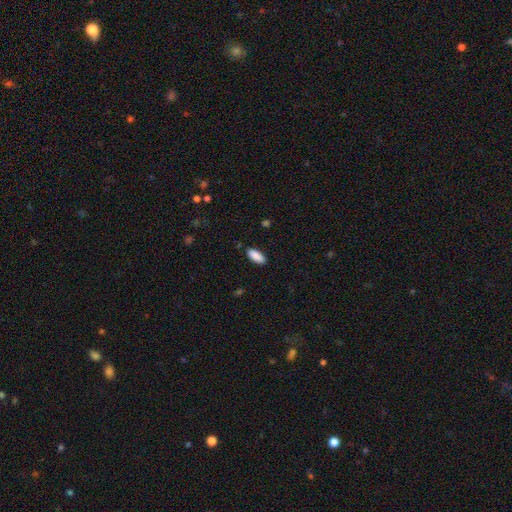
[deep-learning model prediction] Smooth or featured: smooth — 89% (star or artifact — 6%)
How rounded: in between — 80% (cigar-shaped — 18%)
Merging: none — 87% (minor disturbance — 10%)